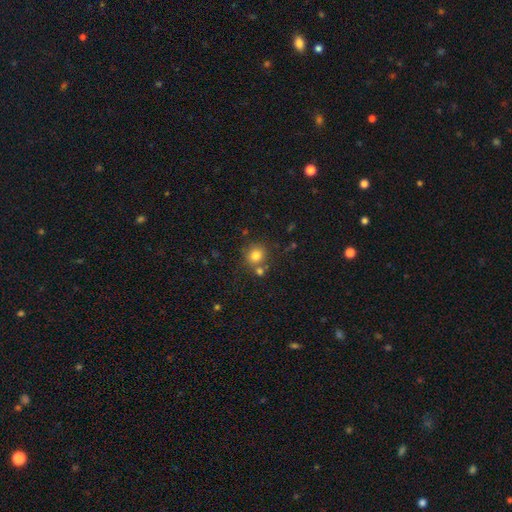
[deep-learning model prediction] Smooth or featured? smooth (79%)
How rounded? round (86%)
Merging? none (68%)